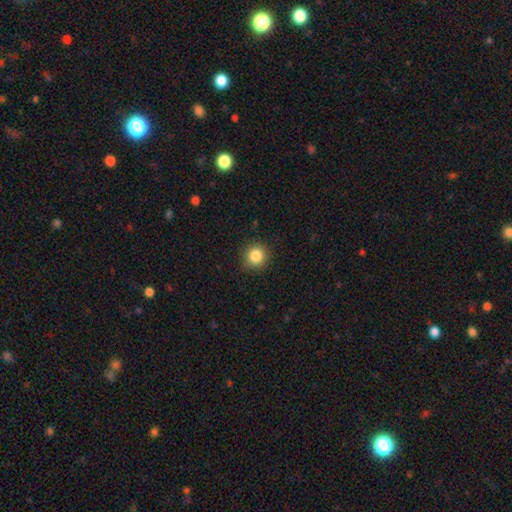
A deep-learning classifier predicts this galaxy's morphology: This appears to be a smooth galaxy with no disk features (84%) that is round (91%). Merging: none (88%).